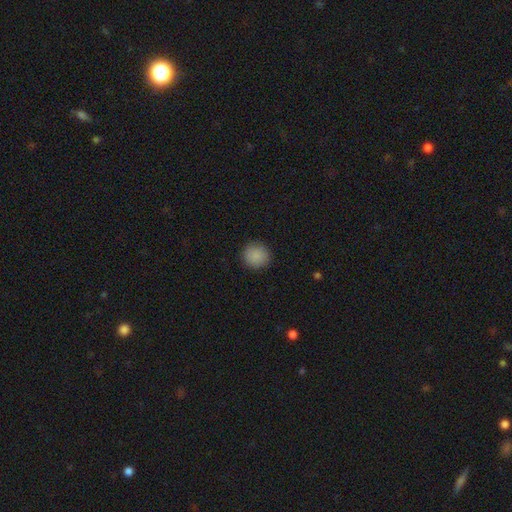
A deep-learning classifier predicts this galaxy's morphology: A smooth galaxy with no disk features (88%) that is round (93%). Merging: none (91%).